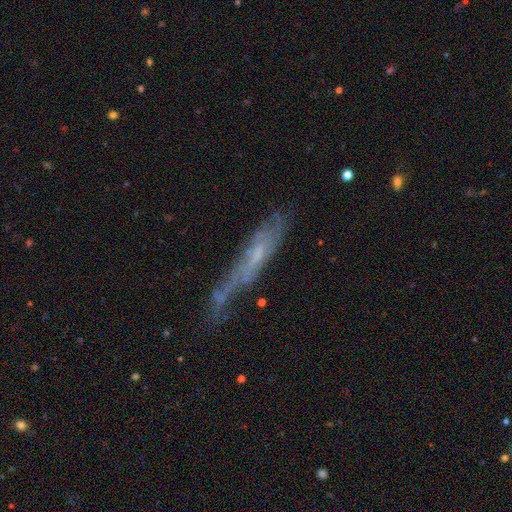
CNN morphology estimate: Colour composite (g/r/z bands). It shows a featured or disk galaxy (54%) viewed edge-on (56%). Merging: none (41%).